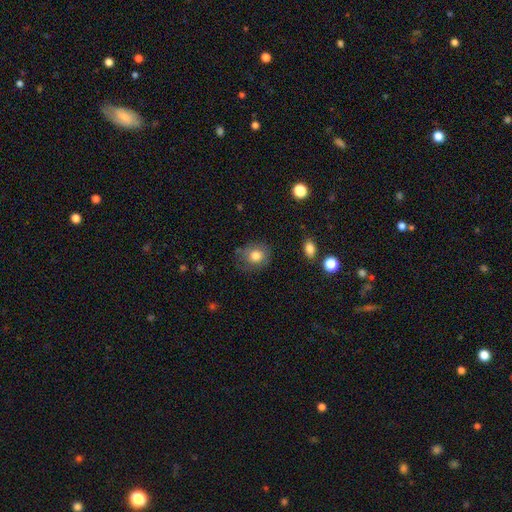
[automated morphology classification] smooth_or_featured: smooth (p=0.79) [alt: featured or disk p=0.12]
how_rounded: round (p=0.70) [alt: in between p=0.29]
merging: none (p=0.70) [alt: minor disturbance p=0.20]